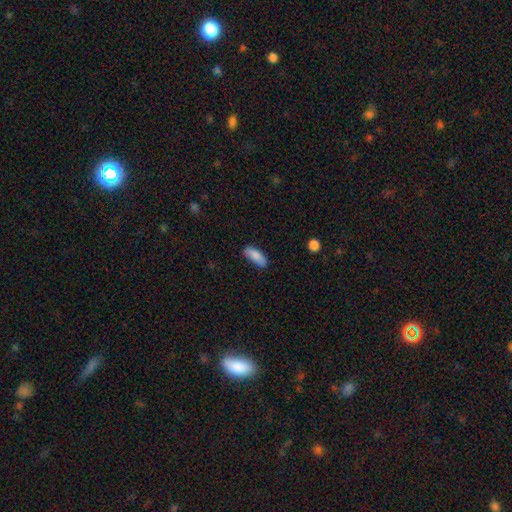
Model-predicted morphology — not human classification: Smooth or featured? smooth (85%)
How rounded? in between (71%)
Merging? none (74%)